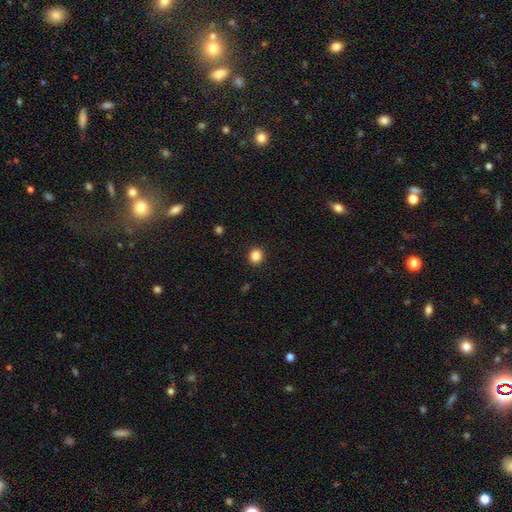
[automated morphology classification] Smooth or featured? smooth (85%)
How rounded? round (88%)
Merging? none (92%)